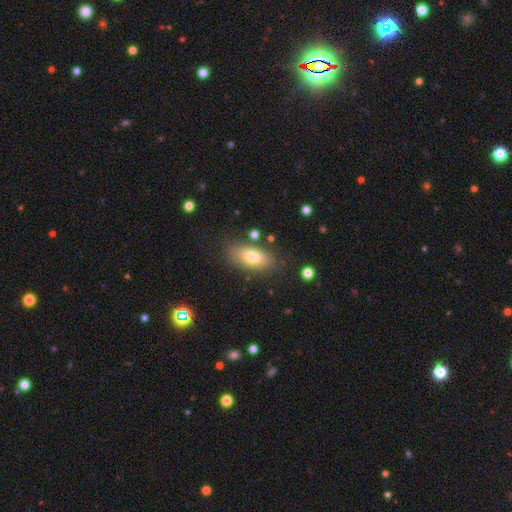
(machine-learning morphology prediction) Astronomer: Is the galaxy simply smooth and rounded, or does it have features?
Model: smooth — 75%.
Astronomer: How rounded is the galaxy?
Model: in between — 86%.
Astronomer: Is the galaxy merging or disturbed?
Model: none — 80%.